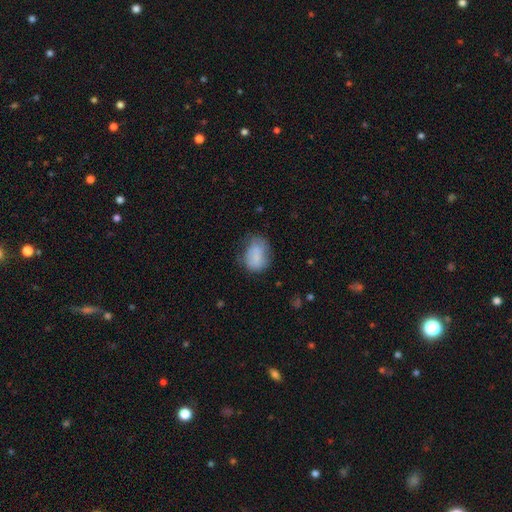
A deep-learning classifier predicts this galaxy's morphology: smooth-or-featured: smooth: 77% | featured or disk: 14% | star or artifact: 9%
  how-rounded: in between: 67% | round: 32% | cigar-shaped: 1%
  merging: none: 49% | minor disturbance: 33% | major disturbance: 15% | merger: 3%